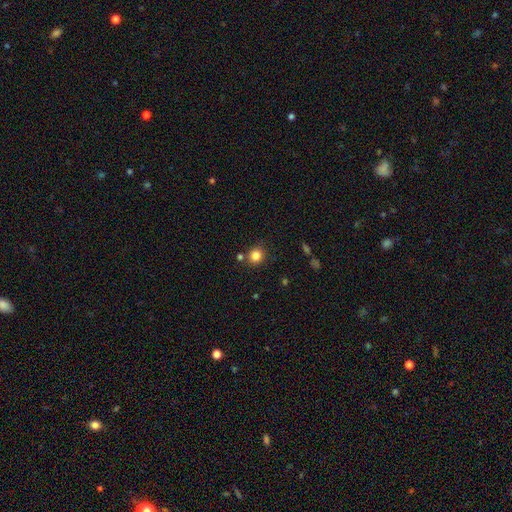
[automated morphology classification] Smooth or featured?
  - smooth: 83% *
  - star or artifact: 12%
  - featured or disk: 5%
How rounded?
  - round: 89% *
  - in between: 10%
  - cigar-shaped: 1%
Merging?
  - none: 80% *
  - minor disturbance: 9%
  - merger: 7%
  - major disturbance: 3%